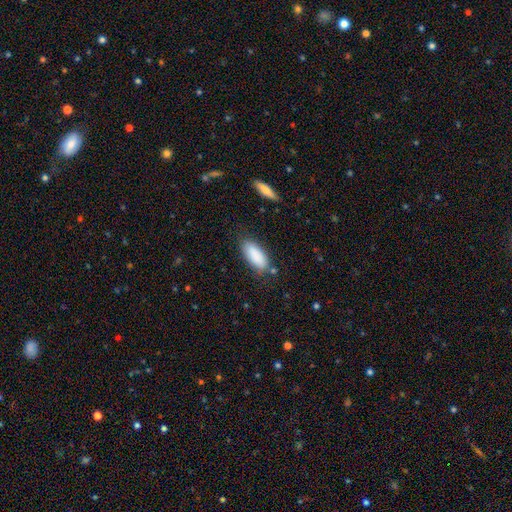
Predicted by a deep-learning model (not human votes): The model was most divided on "merging": none: 78%, minor disturbance: 15%, major disturbance: 4%, merger: 4%. More confident: smooth or featured — smooth (89%); how rounded — in between (83%).